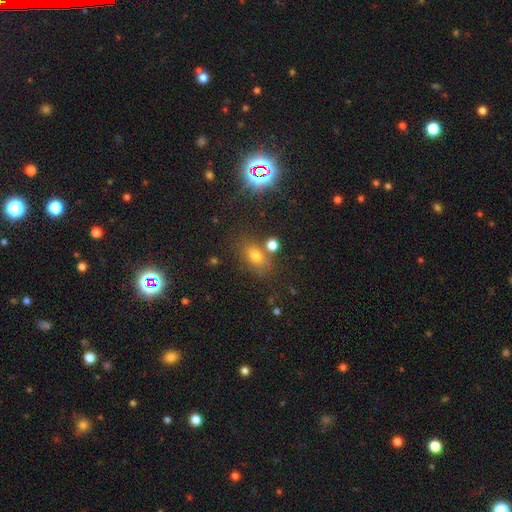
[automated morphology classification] Smooth or featured? smooth (65%)
How rounded? in between (74%)
Merging? none (68%)